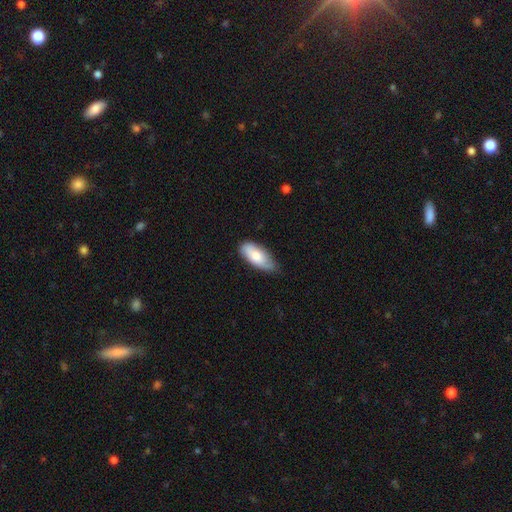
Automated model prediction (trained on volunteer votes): This is likely a smooth galaxy (79%). How rounded: clearly in between (86%). Merging: likely none (66%).